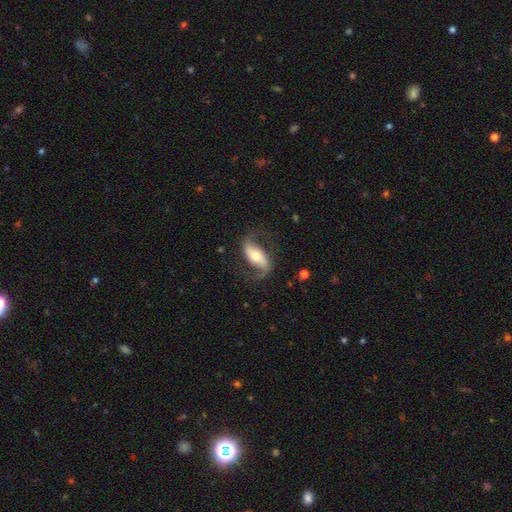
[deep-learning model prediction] Smooth or featured?
  - featured or disk: 81% *
  - smooth: 13%
  - star or artifact: 5%
Edge-on disk?
  - no: 93% *
  - yes: 7%
Bar?
  - strong: 44% *
  - weak: 30%
  - no: 26%
Spiral arms?
  - yes: 94% *
  - no: 6%
Spiral winding?
  - loose: 67% *
  - medium: 26%
  - tight: 7%
Spiral arm count?
  - 2: 92% *
  - 1: 3%
  - can't tell: 2%
  - 3: 1%
  - 4: 1%
  - more than 4: 1%
Bulge size?
  - moderate: 65% *
  - small: 19%
  - large: 13%
  - dominant: 2%
  - none: 2%
Merging?
  - none: 74% *
  - minor disturbance: 15%
  - major disturbance: 10%
  - merger: 2%